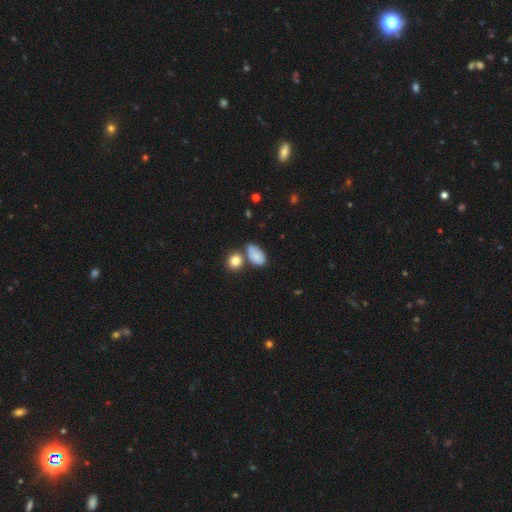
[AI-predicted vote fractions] smooth-or-featured: smooth: 77% | featured or disk: 14% | star or artifact: 9%
  how-rounded: in between: 86% | round: 12% | cigar-shaped: 2%
  merging: none: 49% | minor disturbance: 23% | merger: 21% | major disturbance: 7%